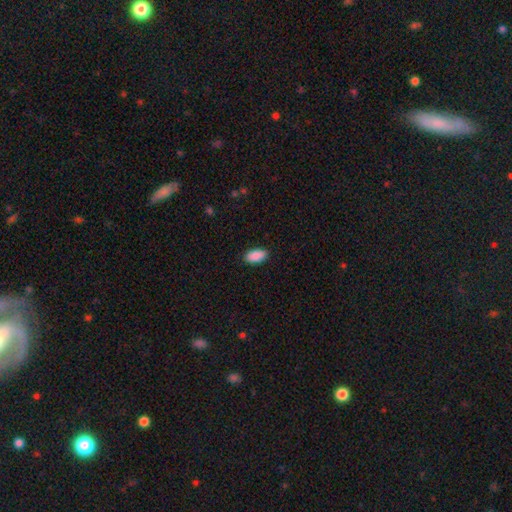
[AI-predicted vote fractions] Q: Smooth or featured?
A: smooth (90%); runner-up: star or artifact (6%)
Q: How rounded?
A: in between (93%); runner-up: cigar-shaped (4%)
Q: Merging?
A: none (89%); runner-up: minor disturbance (8%)